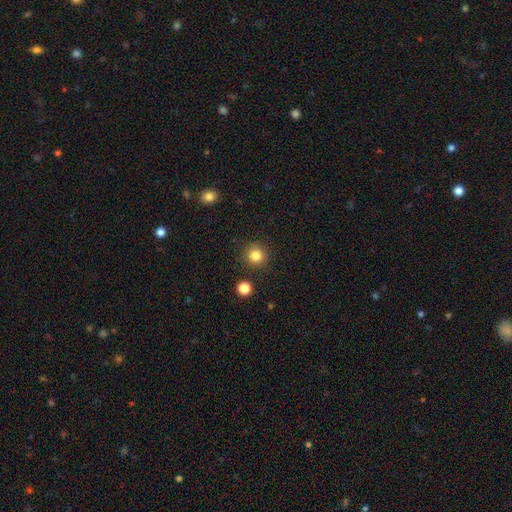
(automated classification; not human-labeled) smooth 83%, star or artifact 12%, featured or disk 5%. Down the decision tree: how rounded — round (94%); merging — none (90%).